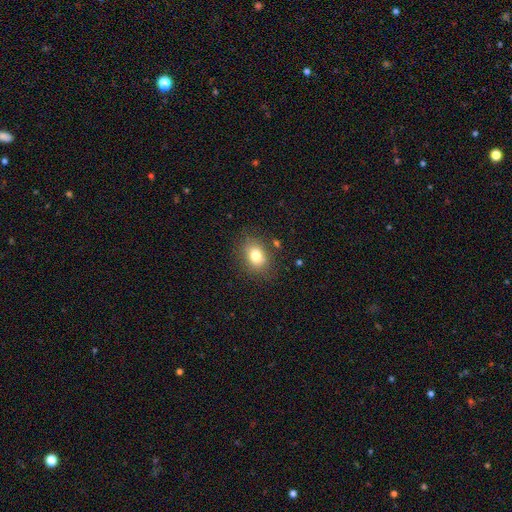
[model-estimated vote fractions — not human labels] smooth_or_featured: smooth (p=0.79) [alt: star or artifact p=0.11]
how_rounded: in between (p=0.64) [alt: round p=0.35]
merging: none (p=0.80) [alt: minor disturbance p=0.13]